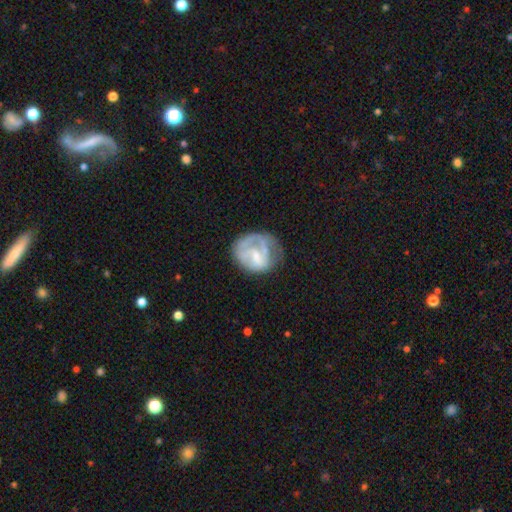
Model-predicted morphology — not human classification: smooth-or-featured: featured or disk: 53% | smooth: 40% | star or artifact: 7%
  disk-edge-on: no: 98% | yes: 2%
    bar: no: 47% | weak: 41% | strong: 12%
    has-spiral-arms: no: 52% | yes: 48%
    bulge-size: small: 37% | moderate: 31% | none: 27% | large: 5% | dominant: 1%
  merging: none: 41% | major disturbance: 28% | minor disturbance: 27% | merger: 4%